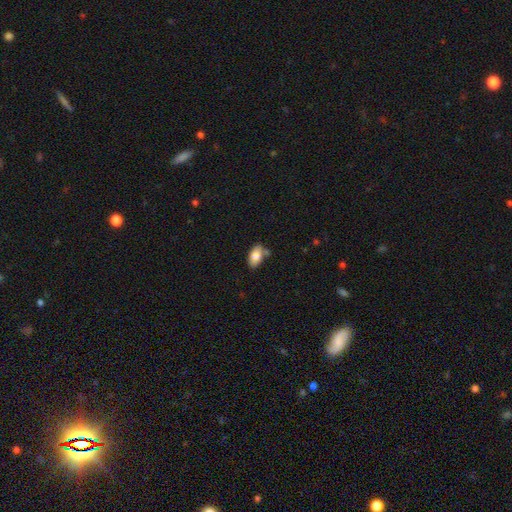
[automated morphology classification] This appears to be a smooth galaxy with no disk features (81%) that is in between round and cigar-shaped (92%). Merging: none (60%).